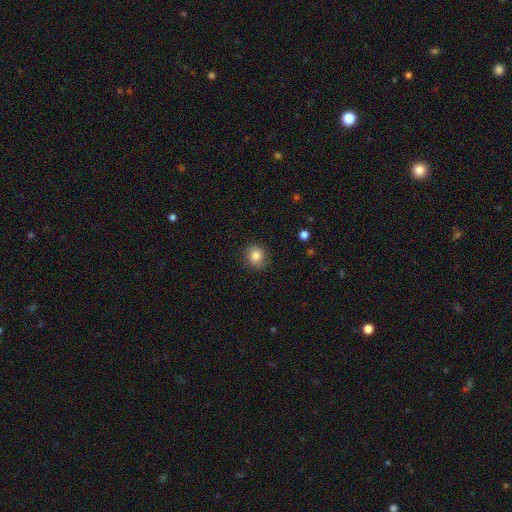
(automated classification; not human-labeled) smooth 83%, star or artifact 10%, featured or disk 7%. Down the decision tree: how rounded — round (78%); merging — none (85%).